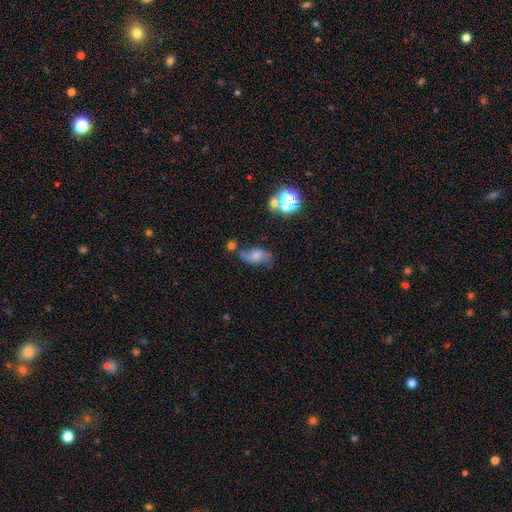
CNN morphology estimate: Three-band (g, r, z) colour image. It shows a featured or disk galaxy (54%) with no bar (53%), spiral arms (84%) and a moderate central bulge (35%). Merging: none (49%).